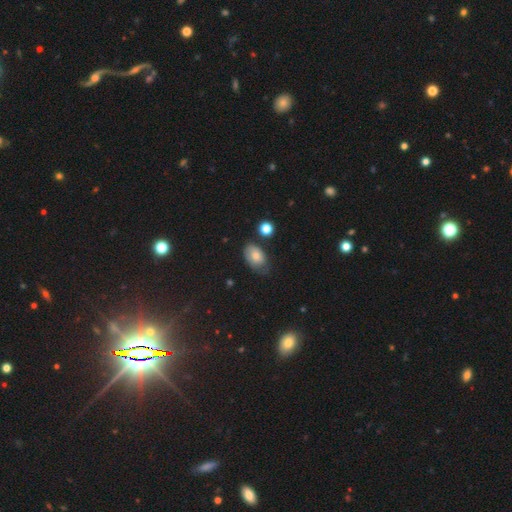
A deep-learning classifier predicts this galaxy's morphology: The model was most divided on "merging": none: 51%, minor disturbance: 35%, major disturbance: 10%, merger: 4%. More confident: how rounded — in between (88%); smooth or featured — smooth (73%).